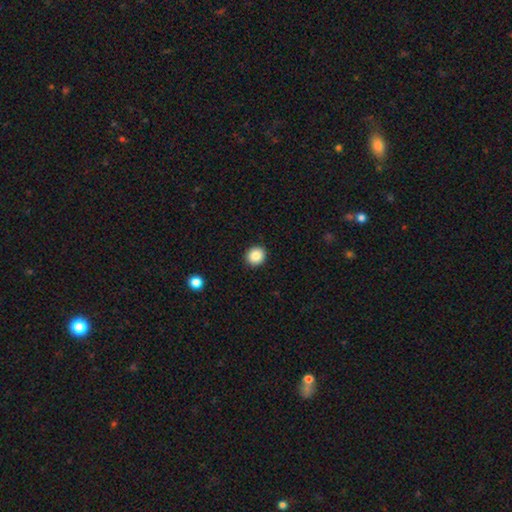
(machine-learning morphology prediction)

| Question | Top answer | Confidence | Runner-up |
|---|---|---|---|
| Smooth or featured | smooth | 87% | star or artifact (9%) |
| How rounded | round | 88% | in between (11%) |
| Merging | none | 92% | minor disturbance (6%) |